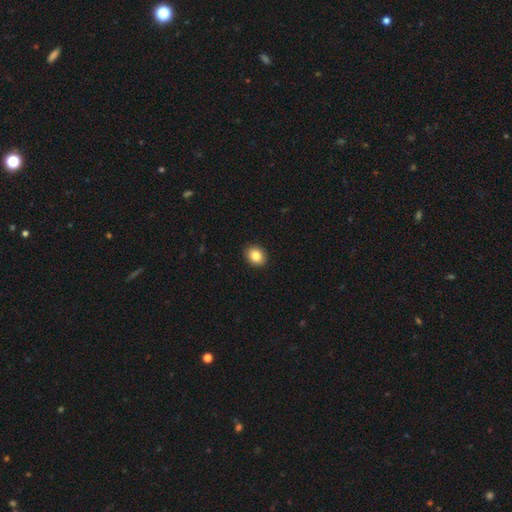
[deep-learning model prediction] Q: Smooth or featured?
A: smooth (86%); runner-up: star or artifact (8%)
Q: How rounded?
A: in between (50%); tied with: round (50%)
Q: Merging?
A: none (91%); runner-up: minor disturbance (6%)